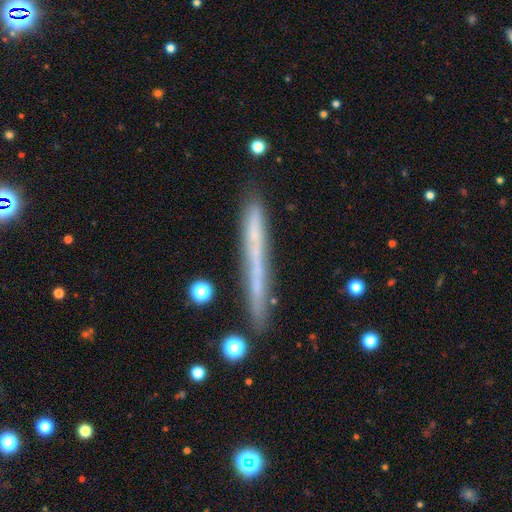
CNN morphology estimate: The model was most divided on "smooth or featured": featured or disk: 46%, smooth: 45%, star or artifact: 9%. More confident: merging — none (82%).